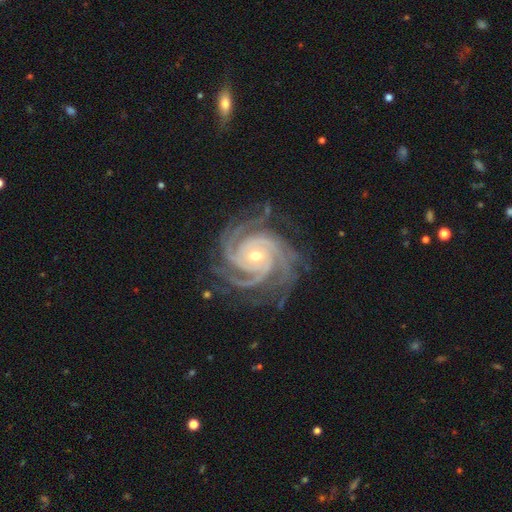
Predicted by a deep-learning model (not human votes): Morphology: type=featured or disk (94%); edge-on=no (98%); bar=no (62%); spiral arms=yes (99%); winding=tight (76%); arm count=4 (37%); bulge=moderate (52%); merging=none (76%).